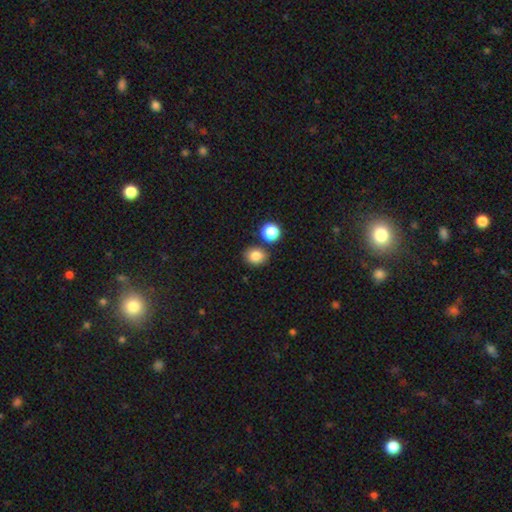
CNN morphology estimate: Q: Smooth or featured?
A: smooth (83%); runner-up: star or artifact (11%)
Q: How rounded?
A: round (66%); runner-up: in between (33%)
Q: Merging?
A: none (76%); runner-up: minor disturbance (10%)